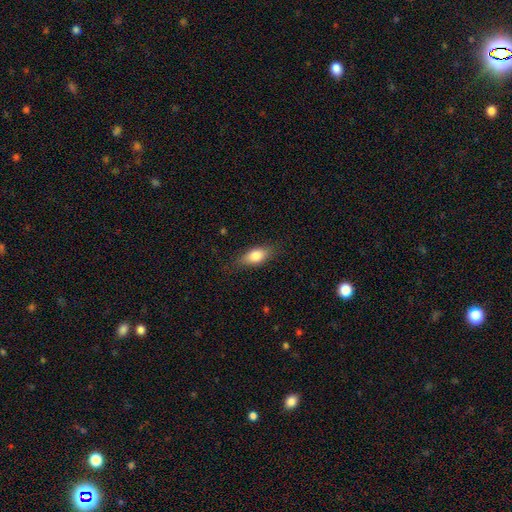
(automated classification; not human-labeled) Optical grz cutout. It shows a smooth galaxy with no disk features (79%) that is in between round and cigar-shaped (81%). Merging: none (80%).